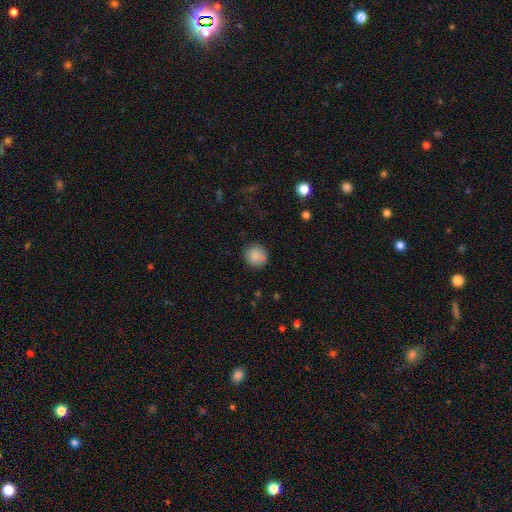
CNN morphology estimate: This is clearly a smooth galaxy (86%). How rounded: clearly round (91%). Merging: clearly none (85%).